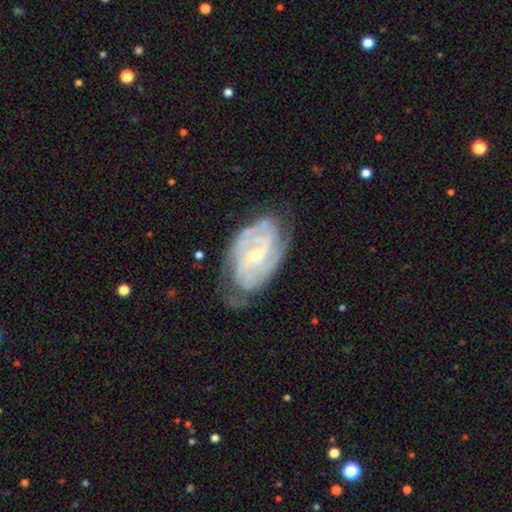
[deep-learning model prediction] Smooth or featured: featured or disk — 85% (smooth — 9%)
Edge-on disk: no — 96% (yes — 4%)
Bar: weak — 44% (no — 39%)
Spiral arms: yes — 95% (no — 5%)
Spiral winding: tight — 61% (medium — 32%)
Spiral arm count: 2 — 35% (can't tell — 27%)
Bulge size: small — 52% (moderate — 45%)
Merging: none — 67% (minor disturbance — 24%)